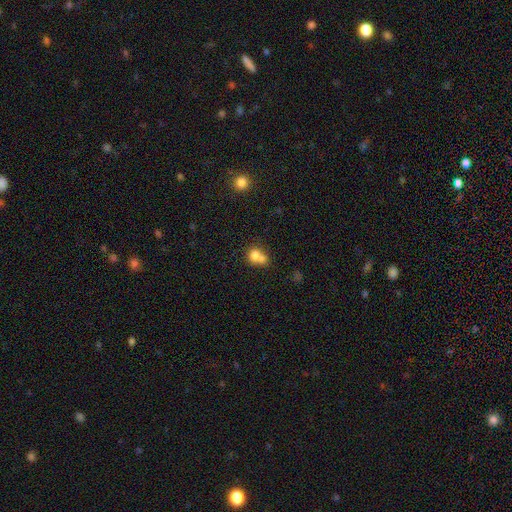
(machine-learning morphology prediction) Q: Smooth or featured?
A: smooth (75%); runner-up: featured or disk (15%)
Q: How rounded?
A: round (69%); runner-up: in between (30%)
Q: Merging?
A: merger (60%); runner-up: none (29%)